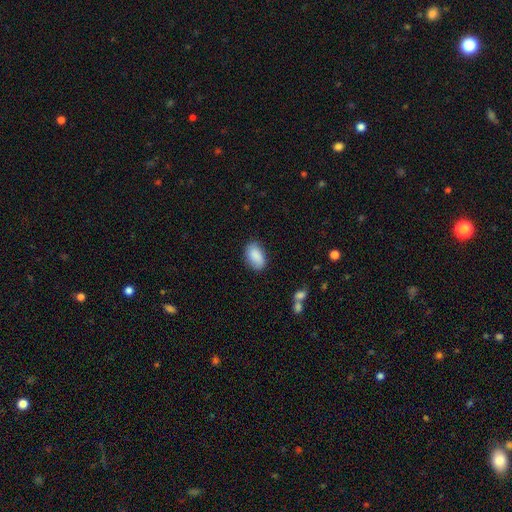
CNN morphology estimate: Overall: smooth (87%). How rounded: in between (91%). Merging: none (77%).